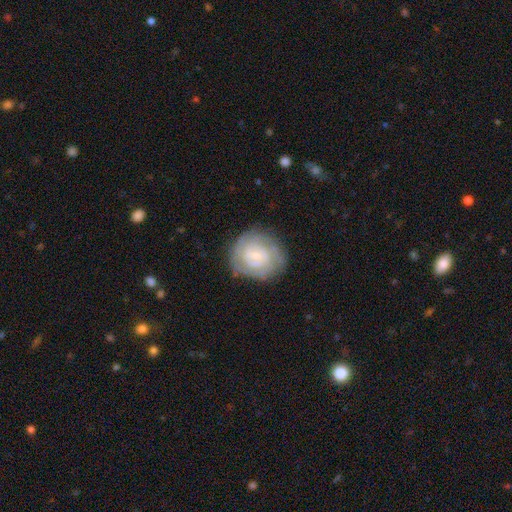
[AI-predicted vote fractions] This appears to be a featured or disk galaxy (65%) with no bar (67%), tight (72%) spiral arms (82%) and a small central bulge (75%). Merging: none (76%).